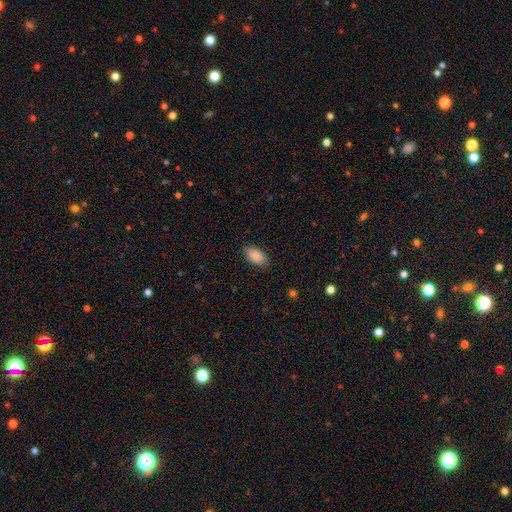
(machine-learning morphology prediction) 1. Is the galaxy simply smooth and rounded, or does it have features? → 89% smooth, 6% star or artifact, 5% featured or disk.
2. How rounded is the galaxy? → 94% in between, 4% round, 2% cigar-shaped.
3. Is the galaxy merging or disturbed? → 85% none, 11% minor disturbance, 3% major disturbance, 1% merger.